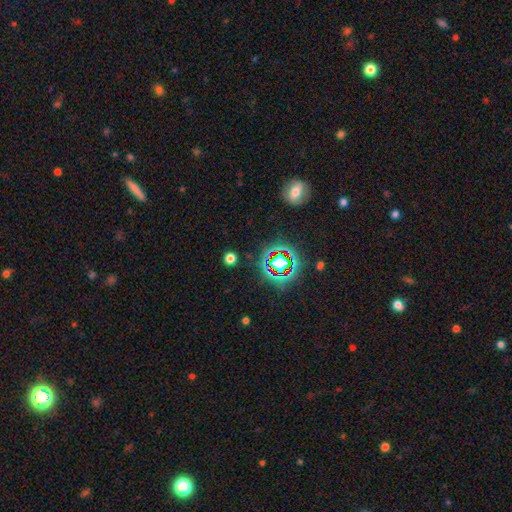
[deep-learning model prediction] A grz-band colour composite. It shows a star or artifact, not a galaxy (72%).